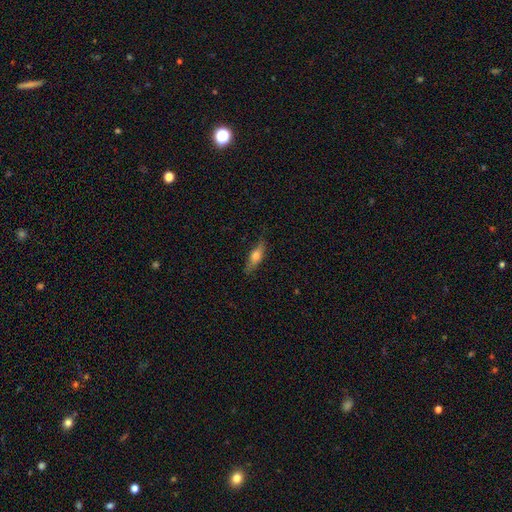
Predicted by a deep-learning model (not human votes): This is possibly a smooth galaxy (52%). How rounded: possibly cigar-shaped (55%). Merging: clearly none (81%).